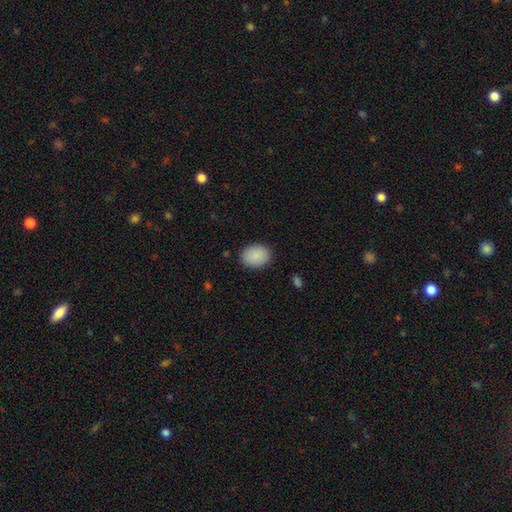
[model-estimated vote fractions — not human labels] The model was most divided on "how rounded": in between: 61%, round: 38%, cigar-shaped: 1%. More confident: smooth or featured — smooth (90%); merging — none (87%).